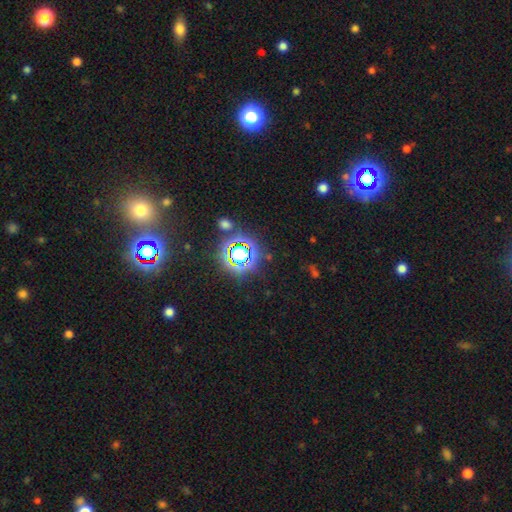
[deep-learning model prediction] smooth-or-featured: star or artifact: 78% | smooth: 14% | featured or disk: 7%